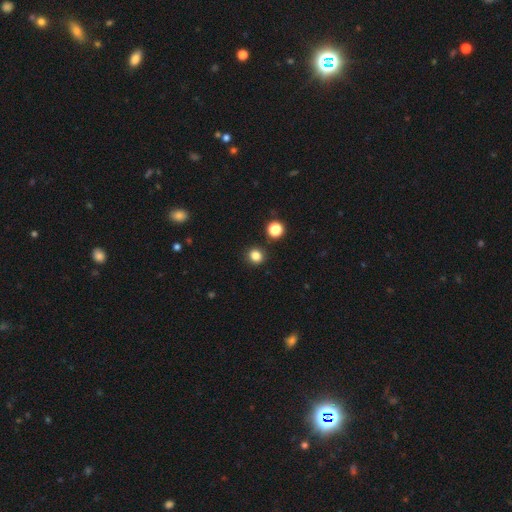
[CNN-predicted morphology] Smooth or featured? Predicted: smooth (p=0.83). How rounded? Predicted: round (p=0.81). Merging? Predicted: none (p=0.88).